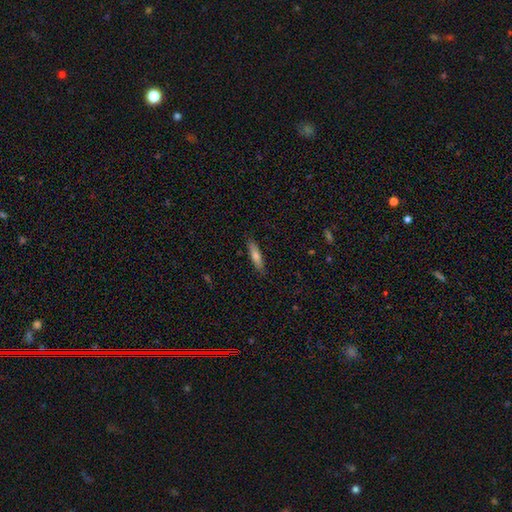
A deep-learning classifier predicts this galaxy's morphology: type=smooth (68%); roundness=cigar-shaped (78%); merging=none (87%).